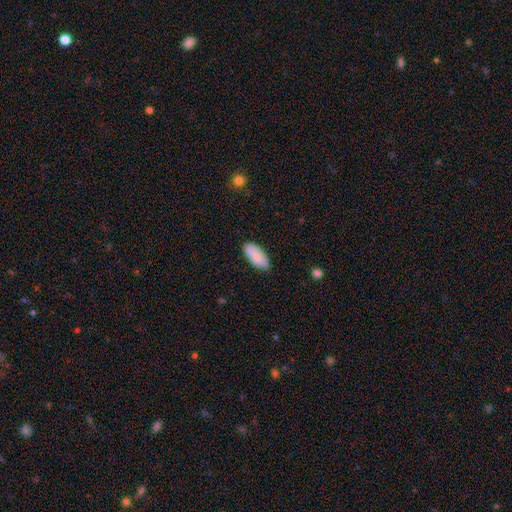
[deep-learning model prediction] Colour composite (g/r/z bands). It shows a smooth galaxy with no disk features (85%) that is in between round and cigar-shaped (90%). Merging: none (78%).